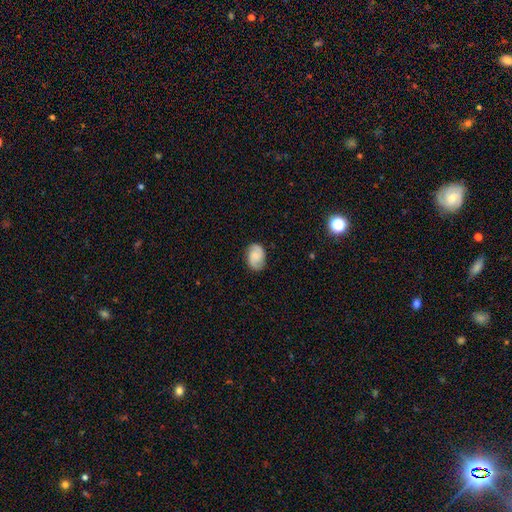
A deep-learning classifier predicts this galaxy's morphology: A featured or disk galaxy (54%) with no bar (57%), spiral arms (93%) and a small central bulge (41%). Merging: none (80%).